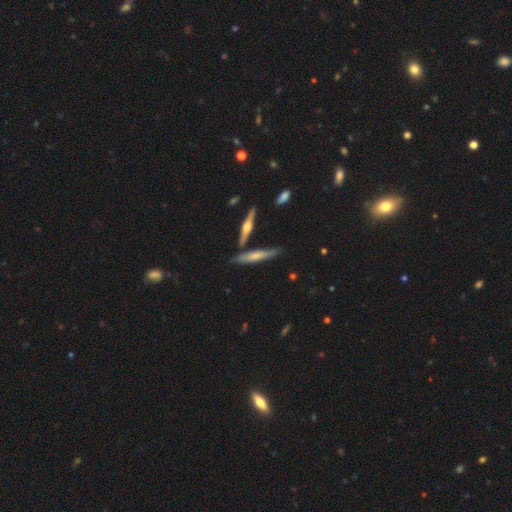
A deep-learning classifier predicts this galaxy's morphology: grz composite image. It shows a featured or disk galaxy (52%) viewed edge-on (93%). Merging: none (69%).